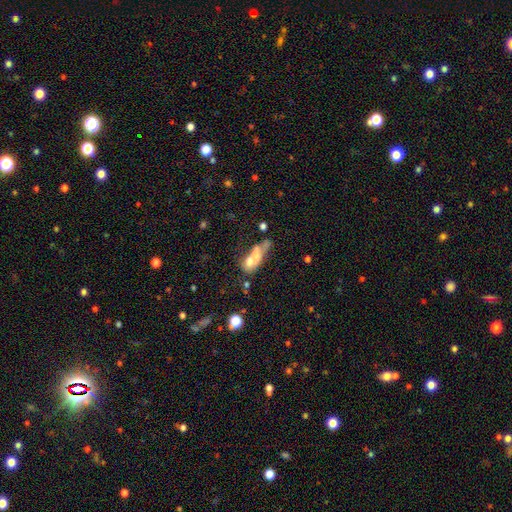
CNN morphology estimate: A smooth galaxy with no disk features (51%) that is in between round and cigar-shaped (60%).

Vote fractions:
- Smooth or featured? smooth: 51% / featured or disk: 35% / star or artifact: 14%
- How rounded? in between: 60% / round: 21% / cigar-shaped: 19%
- Merging? merger: 53% / none: 19% / major disturbance: 16% / minor disturbance: 11%